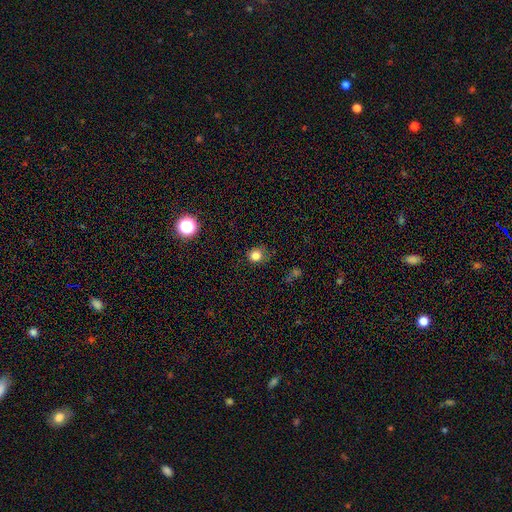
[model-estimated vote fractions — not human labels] Smooth or featured? smooth (81%)
How rounded? round (86%)
Merging? none (74%)